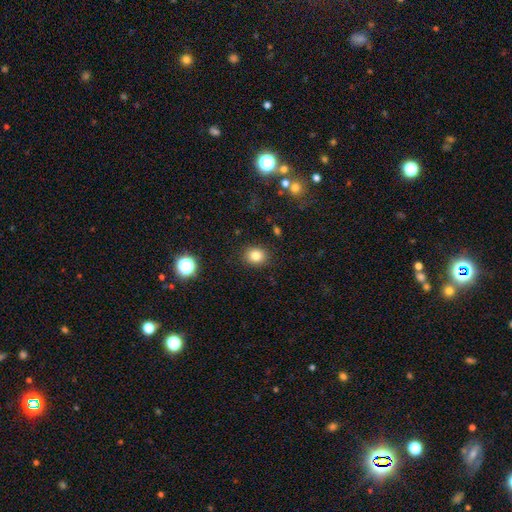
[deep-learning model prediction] This appears to be a smooth galaxy with no disk features (82%) that is round (66%). Merging: none (89%).